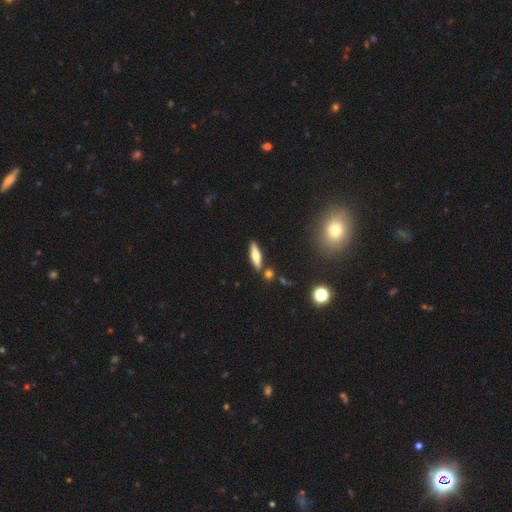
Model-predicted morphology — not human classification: Overall: smooth (57%; featured or disk 35%). How rounded: cigar-shaped (65%; in between 32%). Merging: none (82%).